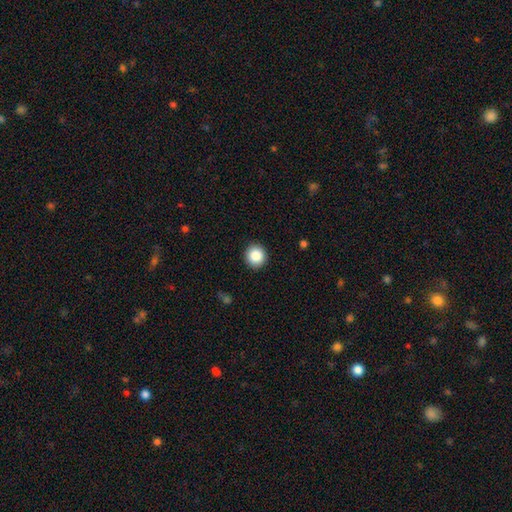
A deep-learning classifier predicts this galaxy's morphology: Q: Smooth or featured?
A: smooth (87%); runner-up: star or artifact (9%)
Q: How rounded?
A: round (92%); runner-up: in between (7%)
Q: Merging?
A: none (92%); runner-up: minor disturbance (5%)